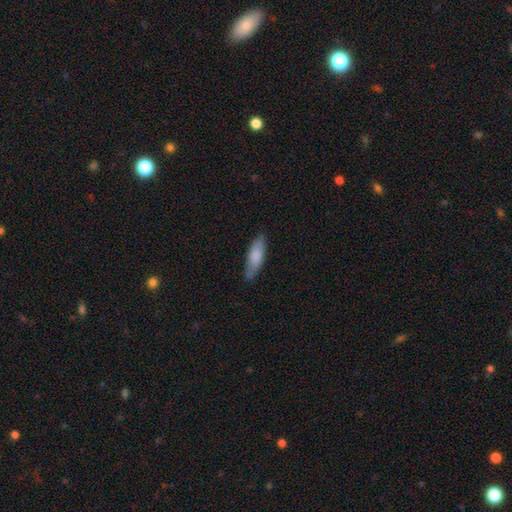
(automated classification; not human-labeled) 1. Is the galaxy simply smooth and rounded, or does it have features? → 79% smooth, 15% featured or disk, 5% star or artifact.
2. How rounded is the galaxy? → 56% in between, 42% cigar-shaped, 2% round.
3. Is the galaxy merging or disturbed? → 79% none, 17% minor disturbance, 3% major disturbance, 1% merger.